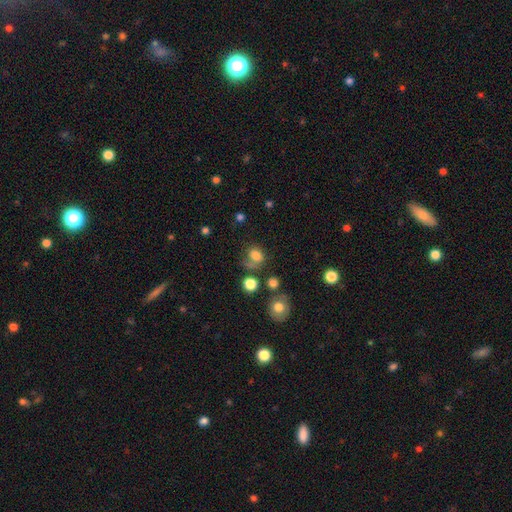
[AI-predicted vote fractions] Smooth or featured? Predicted: smooth (p=0.77). How rounded? Predicted: round (p=0.58). Merging? Predicted: none (p=0.50).